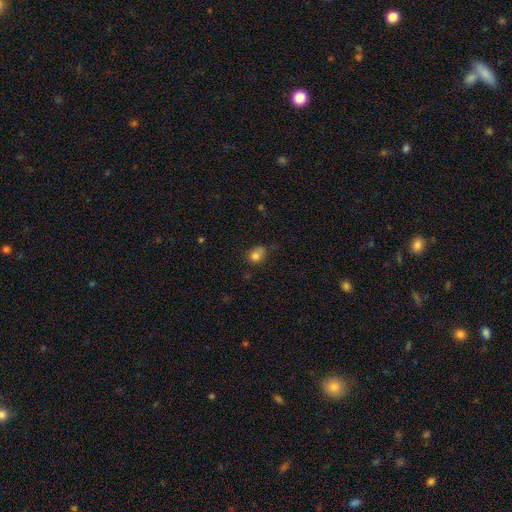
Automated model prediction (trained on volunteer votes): Smooth or featured? smooth (78%)
How rounded? in between (53%)
Merging? none (44%)